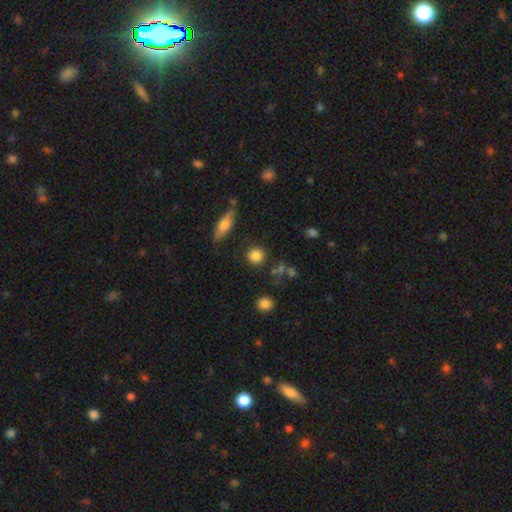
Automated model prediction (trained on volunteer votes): Overall: smooth (83%). How rounded: round (89%). Merging: none (83%).